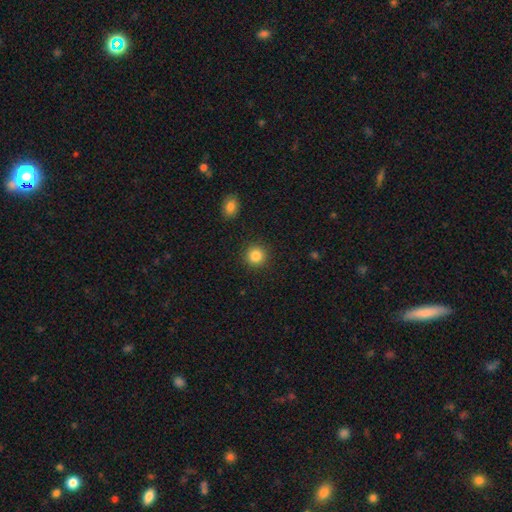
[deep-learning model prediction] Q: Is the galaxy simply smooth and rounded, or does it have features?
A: smooth — 86%.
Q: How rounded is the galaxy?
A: round — 94%.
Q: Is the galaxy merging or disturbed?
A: none — 91%.